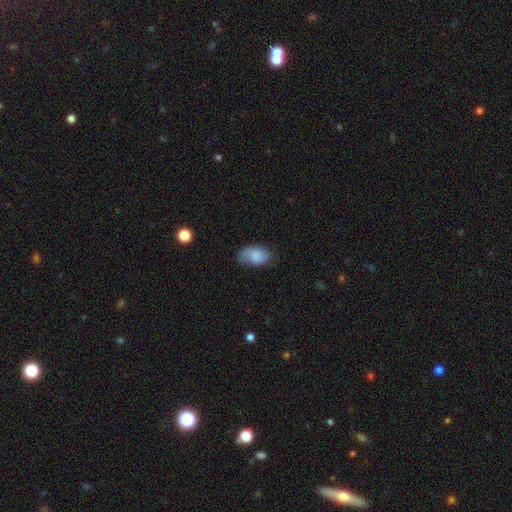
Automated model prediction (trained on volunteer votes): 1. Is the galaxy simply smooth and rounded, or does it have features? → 63% smooth, 29% featured or disk, 8% star or artifact.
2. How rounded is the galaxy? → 90% in between, 9% round, 2% cigar-shaped.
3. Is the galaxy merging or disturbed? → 62% none, 27% minor disturbance, 9% major disturbance, 2% merger.